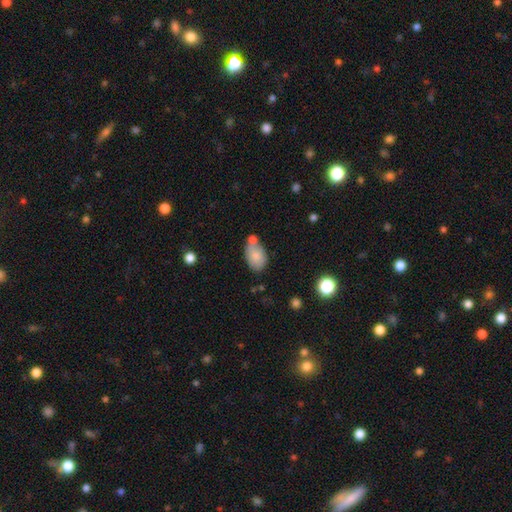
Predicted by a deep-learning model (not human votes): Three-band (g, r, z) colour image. It shows a smooth galaxy with no disk features (80%) that is in between round and cigar-shaped (90%). Merging: none (52%).